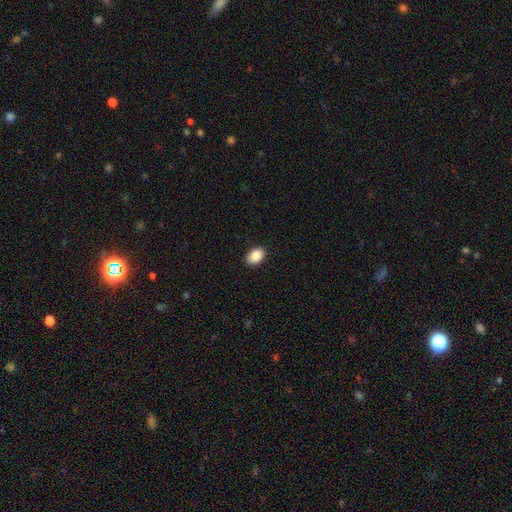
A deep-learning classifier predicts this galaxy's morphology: Smooth or featured? smooth (88%)
How rounded? in between (83%)
Merging? none (90%)